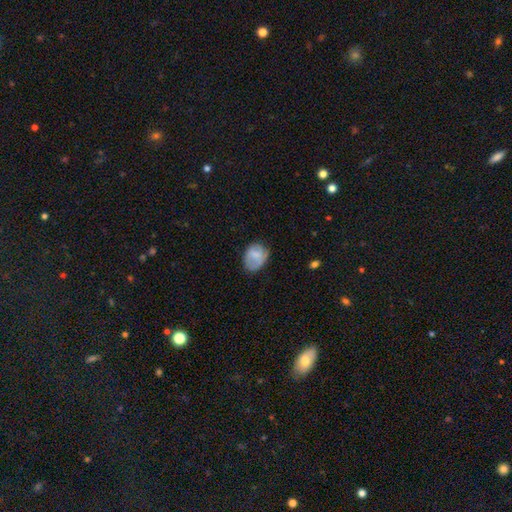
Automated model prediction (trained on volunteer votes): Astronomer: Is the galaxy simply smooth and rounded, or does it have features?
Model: smooth — 72%.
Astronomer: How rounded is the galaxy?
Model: in between — 67%.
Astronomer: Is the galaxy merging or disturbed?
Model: none — 54% (runner-up: minor disturbance, 33%).